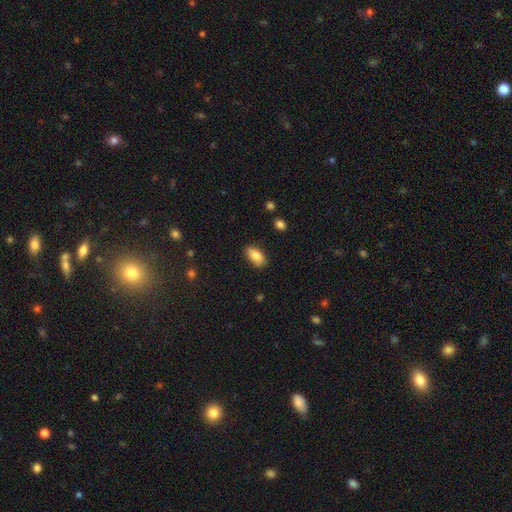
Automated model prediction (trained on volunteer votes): A smooth galaxy with no disk features (83%) that is in between round and cigar-shaped (92%).

Vote fractions:
- Smooth or featured? smooth: 83% / featured or disk: 10% / star or artifact: 7%
- How rounded? in between: 92% / round: 5% / cigar-shaped: 4%
- Merging? none: 82% / minor disturbance: 14% / major disturbance: 2% / merger: 1%